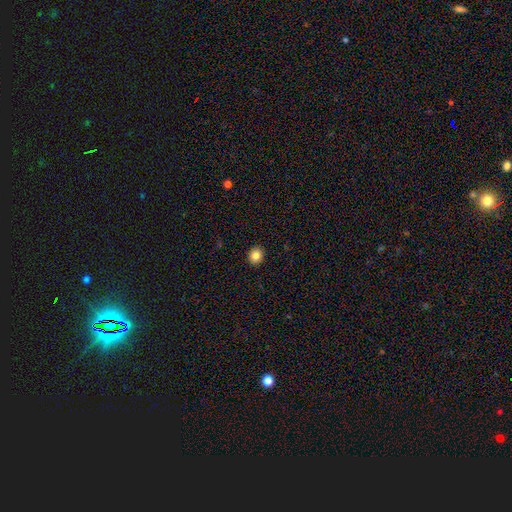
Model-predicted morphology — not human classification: Smooth or featured? Predicted: smooth (p=0.83). How rounded? Predicted: round (p=0.71). Merging? Predicted: none (p=0.92).